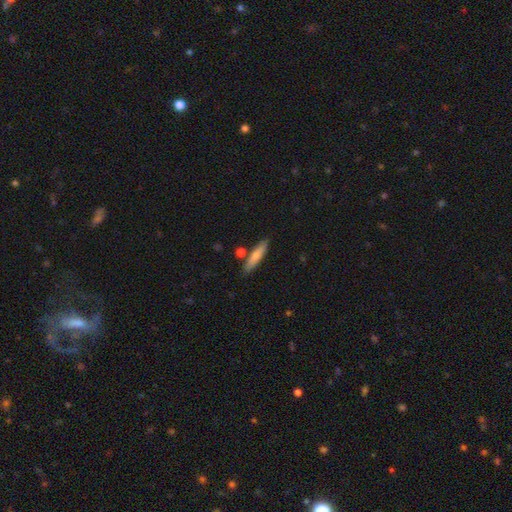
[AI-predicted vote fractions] Smooth or featured? smooth (73%)
How rounded? cigar-shaped (84%)
Merging? none (82%)